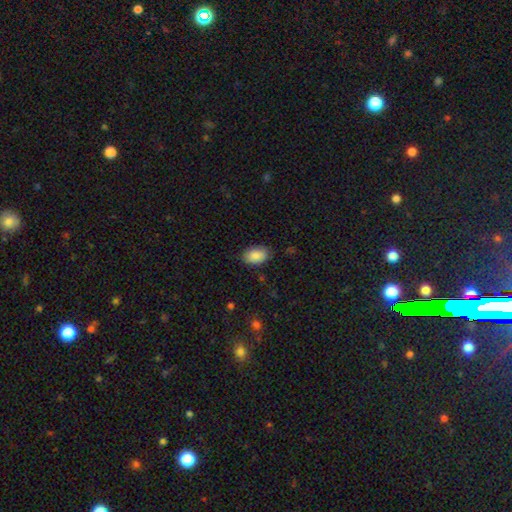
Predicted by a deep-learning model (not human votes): This is clearly a smooth galaxy (89%). How rounded: clearly in between (89%). Merging: clearly none (82%).